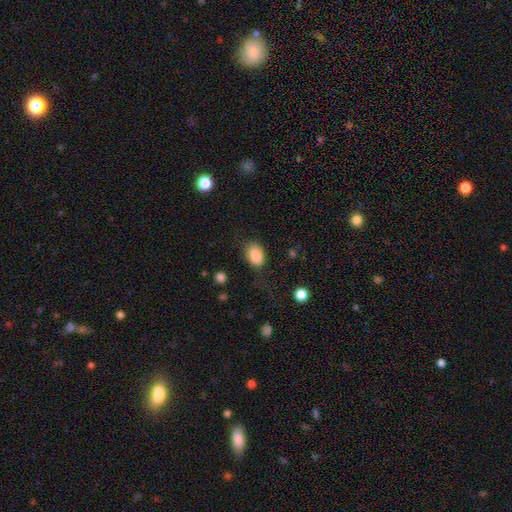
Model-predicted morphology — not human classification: This appears to be a smooth galaxy with no disk features (86%) that is in between round and cigar-shaped (80%). Merging: none (72%).